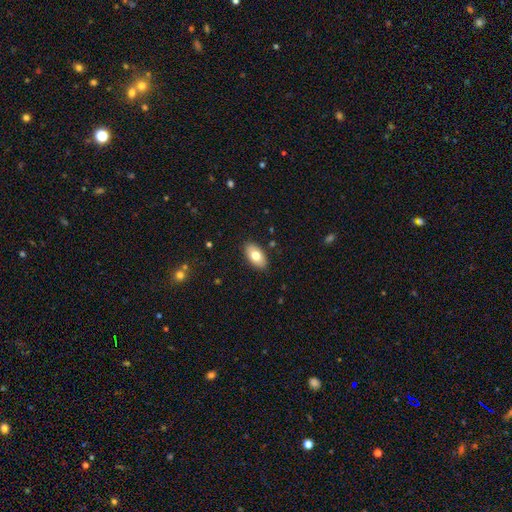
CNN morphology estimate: smooth 76%, featured or disk 17%, star or artifact 7%. Down the decision tree: how rounded — in between (94%); merging — none (88%).